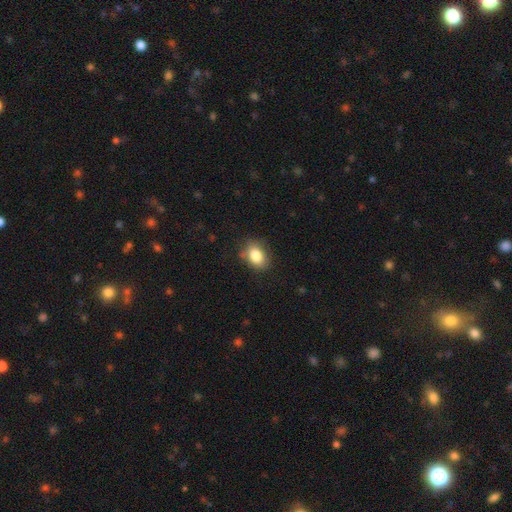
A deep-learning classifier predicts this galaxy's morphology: This appears to be a smooth galaxy with no disk features (83%) that is in between round and cigar-shaped (74%). Merging: none (78%).